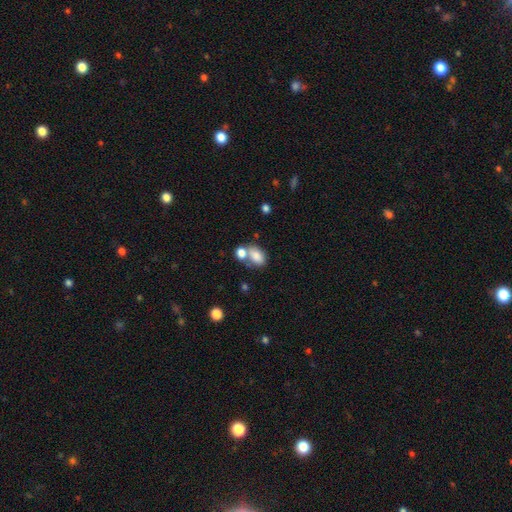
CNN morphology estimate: Q: Smooth or featured?
A: smooth (80%); runner-up: featured or disk (10%)
Q: How rounded?
A: in between (82%); runner-up: round (17%)
Q: Merging?
A: merger (45%); runner-up: none (37%)